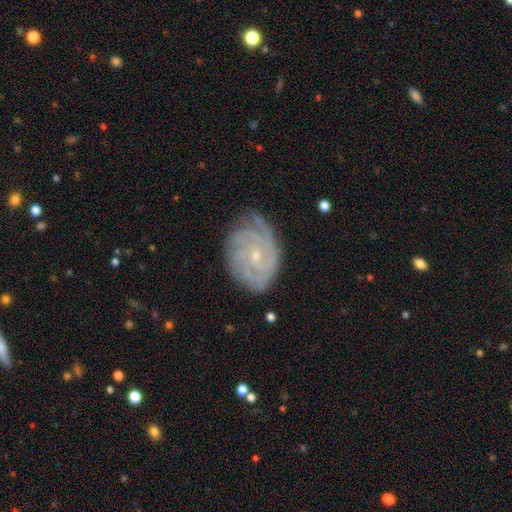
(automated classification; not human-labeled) This appears to be a featured or disk galaxy (83%) with no bar (65%), tight (75%) spiral arms (97%) and a small central bulge (74%). Merging: none (72%).